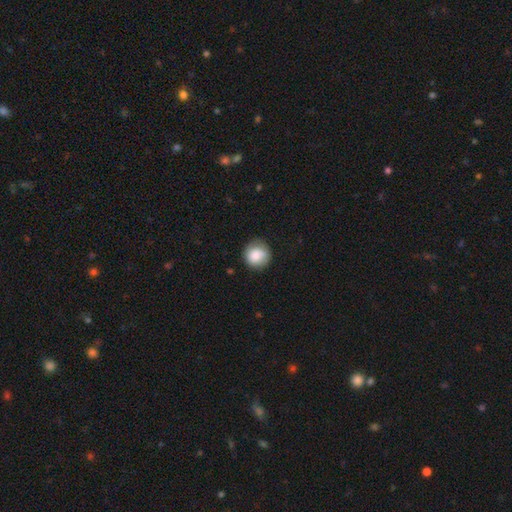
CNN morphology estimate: Smooth or featured?
  - smooth: 81% *
  - featured or disk: 12%
  - star or artifact: 8%
How rounded?
  - round: 91% *
  - in between: 8%
  - cigar-shaped: 1%
Merging?
  - none: 79% *
  - minor disturbance: 16%
  - major disturbance: 4%
  - merger: 1%